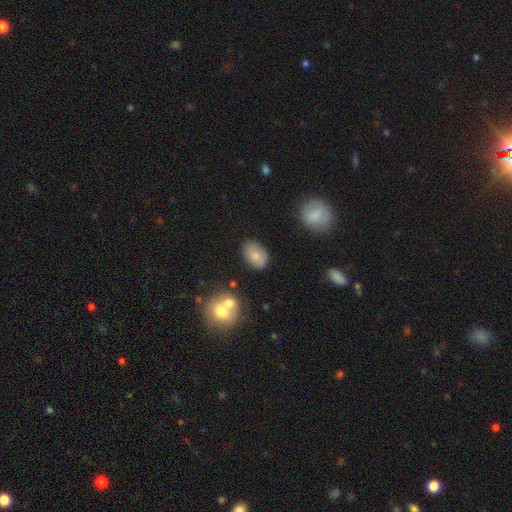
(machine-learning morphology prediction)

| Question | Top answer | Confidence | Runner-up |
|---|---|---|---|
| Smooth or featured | smooth | 77% | featured or disk (14%) |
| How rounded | in between | 86% | round (13%) |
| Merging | none | 78% | minor disturbance (15%) |